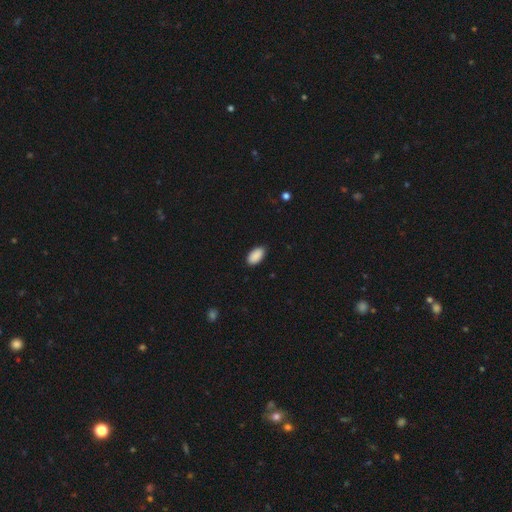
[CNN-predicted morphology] Smooth or featured?
  - smooth: 90% *
  - star or artifact: 7%
  - featured or disk: 3%
How rounded?
  - in between: 95% *
  - round: 3%
  - cigar-shaped: 2%
Merging?
  - none: 86% *
  - minor disturbance: 11%
  - major disturbance: 2%
  - merger: 1%